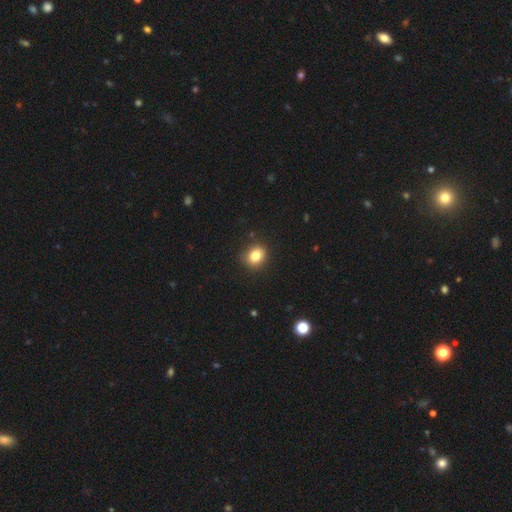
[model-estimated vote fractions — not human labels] smooth 81%, star or artifact 11%, featured or disk 7%. Down the decision tree: how rounded — round (71%); merging — none (87%).